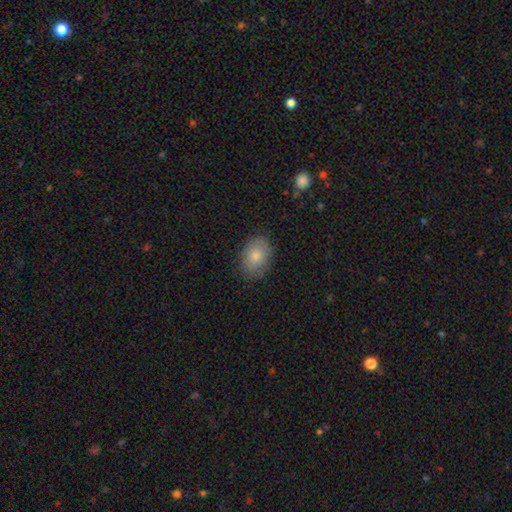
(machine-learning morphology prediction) Smooth or featured? smooth (79%)
How rounded? in between (78%)
Merging? none (82%)